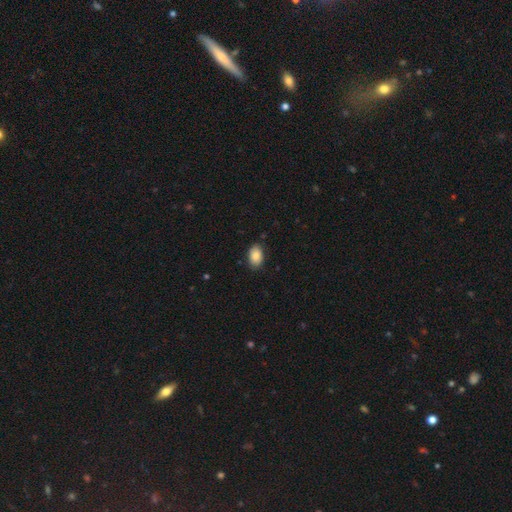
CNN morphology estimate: type=smooth (86%); roundness=in between (88%); merging=none (84%).